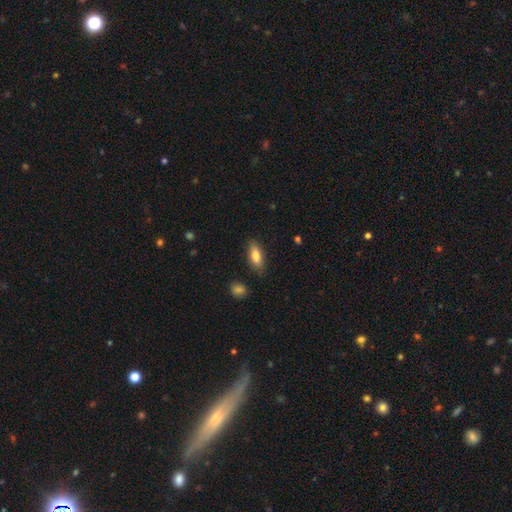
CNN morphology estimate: This is clearly a smooth galaxy (81%). How rounded: likely in between (76%). Merging: clearly none (83%).